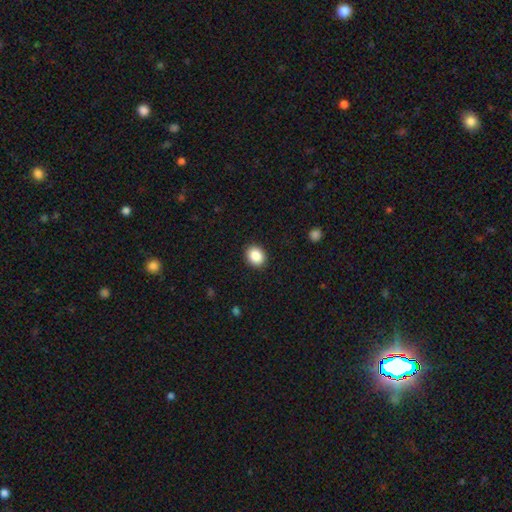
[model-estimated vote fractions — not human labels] Q: Smooth or featured?
A: smooth (88%); runner-up: star or artifact (8%)
Q: How rounded?
A: round (55%); runner-up: in between (44%)
Q: Merging?
A: none (91%); runner-up: minor disturbance (6%)